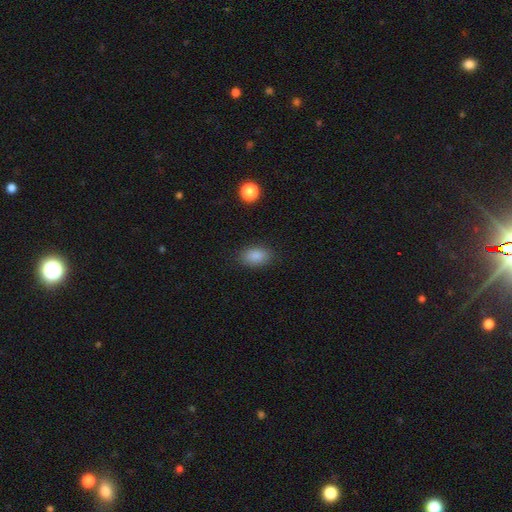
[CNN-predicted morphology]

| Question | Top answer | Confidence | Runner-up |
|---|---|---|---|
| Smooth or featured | smooth | 87% | star or artifact (9%) |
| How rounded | in between | 86% | round (12%) |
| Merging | none | 86% | minor disturbance (10%) |